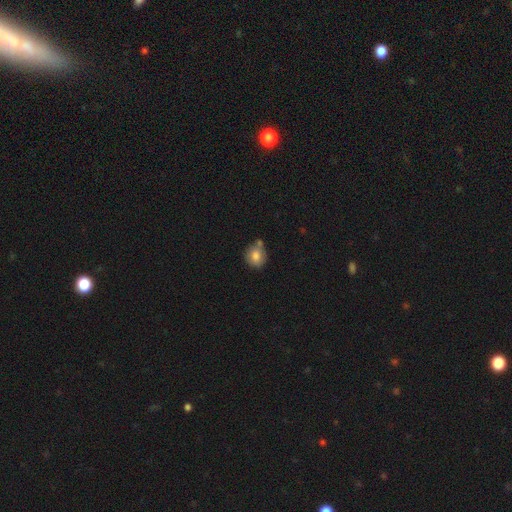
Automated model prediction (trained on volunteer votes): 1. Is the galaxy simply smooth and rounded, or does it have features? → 81% smooth, 10% featured or disk, 8% star or artifact.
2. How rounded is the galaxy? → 72% round, 27% in between, 1% cigar-shaped.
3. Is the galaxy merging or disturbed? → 58% none, 20% minor disturbance, 18% merger, 4% major disturbance.